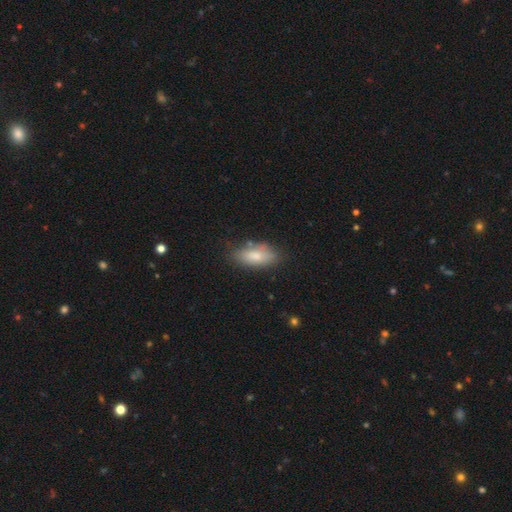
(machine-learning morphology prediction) Smooth or featured? Predicted: smooth (p=0.78). How rounded? Predicted: in between (p=0.86). Merging? Predicted: none (p=0.72).